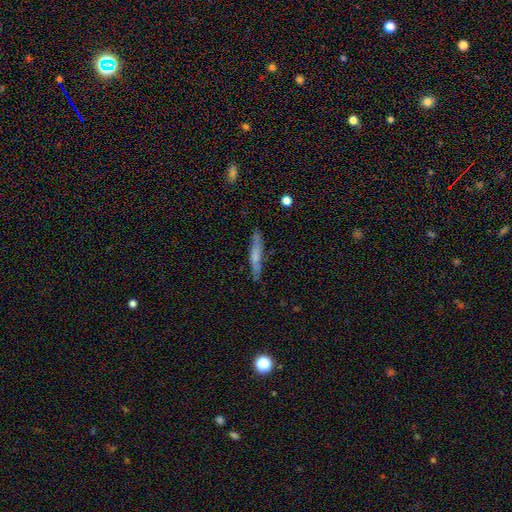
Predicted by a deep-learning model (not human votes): Morphology: type=smooth (56%); roundness=cigar-shaped (91%); merging=none (82%).